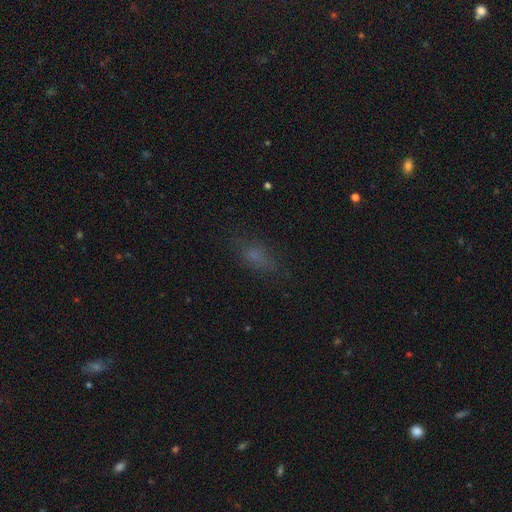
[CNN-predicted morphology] The model was most divided on "smooth or featured": smooth: 66%, star or artifact: 20%, featured or disk: 14%. More confident: how rounded — in between (73%); merging — none (71%).